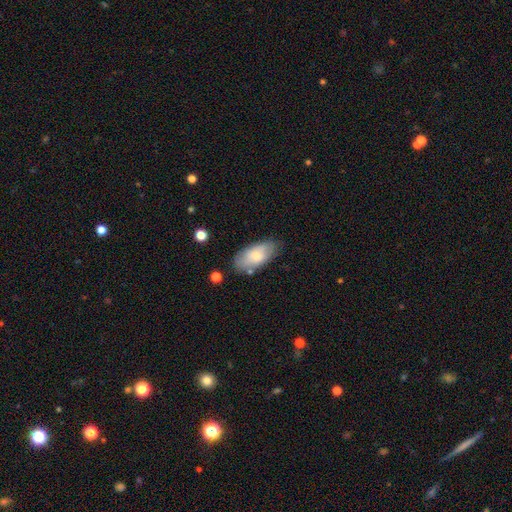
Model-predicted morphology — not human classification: smooth 69%, featured or disk 25%, star or artifact 6%. Down the decision tree: how rounded — in between (92%); merging — none (72%).